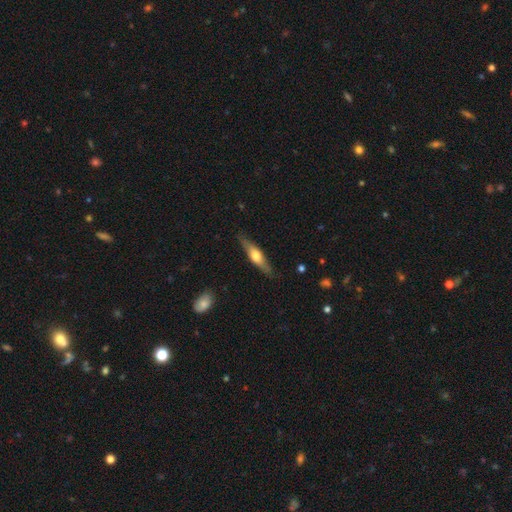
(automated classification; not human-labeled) featured or disk 51%, smooth 44%, star or artifact 5%. Down the decision tree: edge-on disk — yes (90%); merging — none (84%).